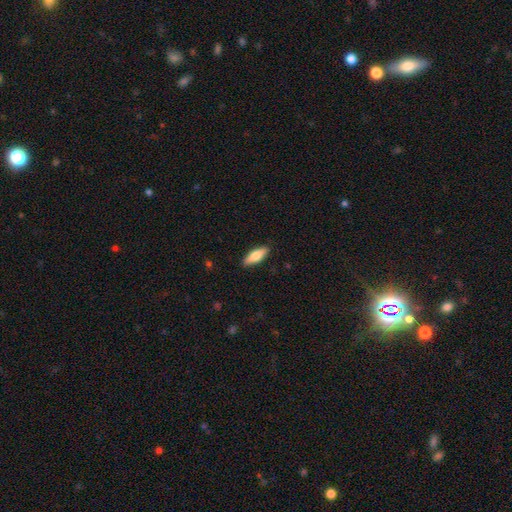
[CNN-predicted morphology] A smooth galaxy with no disk features (70%) that is in between round and cigar-shaped (59%).

Vote fractions:
- Smooth or featured? smooth: 70% / featured or disk: 24% / star or artifact: 6%
- How rounded? in between: 59% / cigar-shaped: 38% / round: 2%
- Merging? none: 89% / minor disturbance: 8% / major disturbance: 2% / merger: 1%